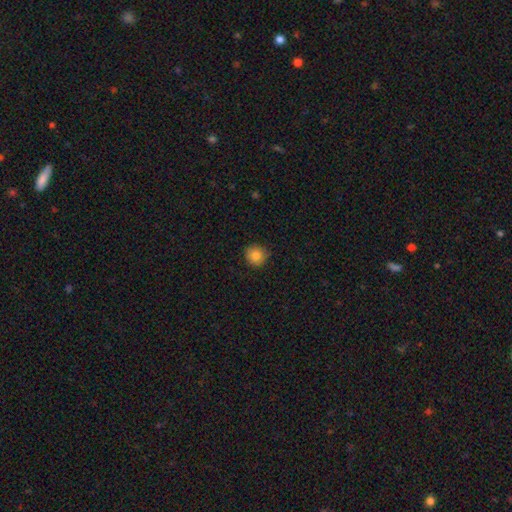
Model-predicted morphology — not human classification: type=smooth (82%); roundness=round (92%); merging=none (86%).